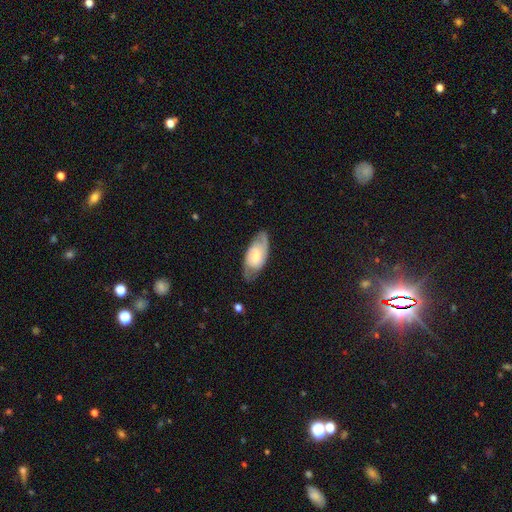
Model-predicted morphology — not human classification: Smooth or featured? Predicted: featured or disk (p=0.58). Edge-on disk? Predicted: no (p=0.90). Bar? Predicted: no (p=0.57). Spiral arms? Predicted: yes (p=0.84). Bulge size? Predicted: small (p=0.39). Merging? Predicted: none (p=0.69).